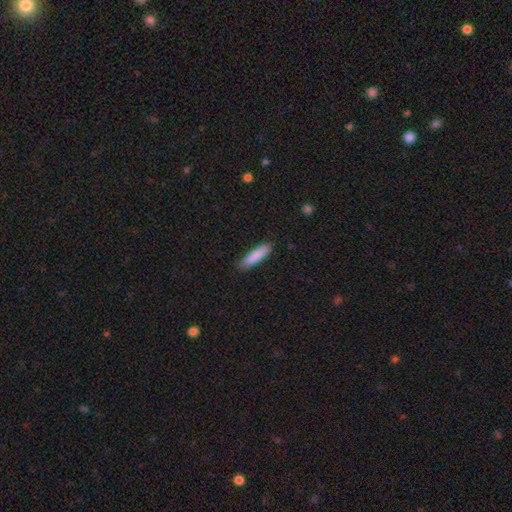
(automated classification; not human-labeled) A smooth galaxy with no disk features (87%) that is cigar-shaped (75%).

Vote fractions:
- Smooth or featured? smooth: 87% / featured or disk: 7% / star or artifact: 6%
- How rounded? cigar-shaped: 75% / in between: 23% / round: 1%
- Merging? none: 83% / minor disturbance: 14% / major disturbance: 2% / merger: 1%